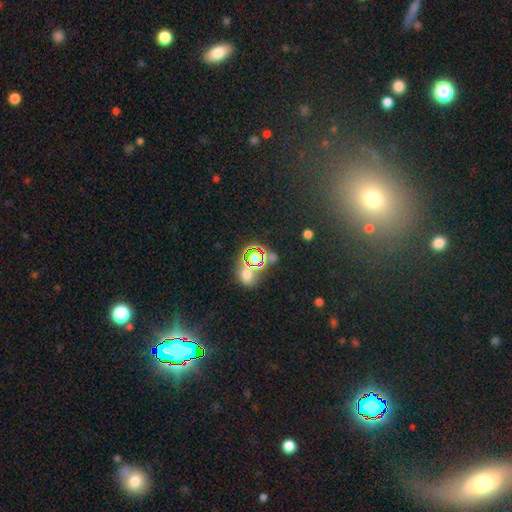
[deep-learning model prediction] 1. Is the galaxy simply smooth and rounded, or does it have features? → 62% star or artifact, 27% smooth, 10% featured or disk.